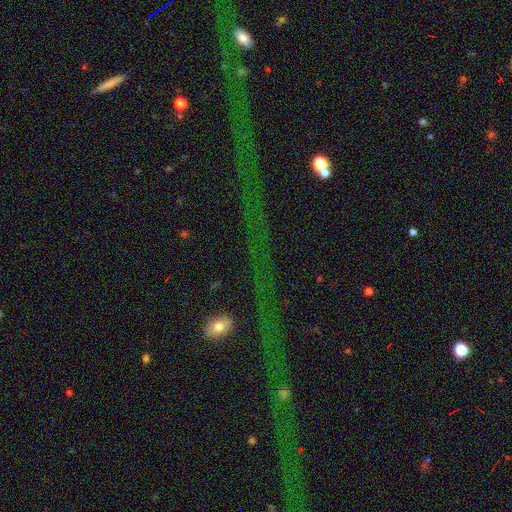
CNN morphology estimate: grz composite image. It shows a star or artifact, not a galaxy (76%).